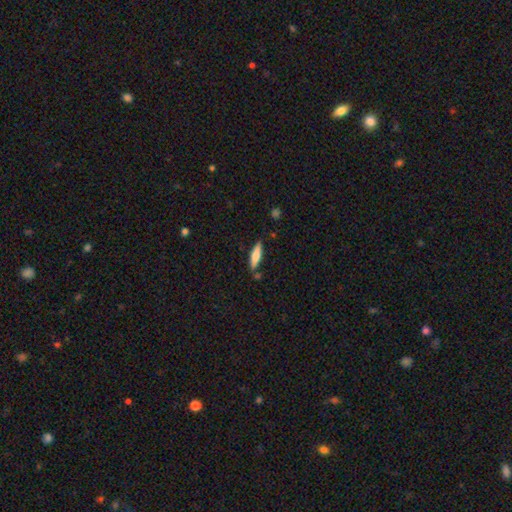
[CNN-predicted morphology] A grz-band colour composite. It shows a smooth galaxy with no disk features (66%) that is cigar-shaped (71%). Merging: none (80%).